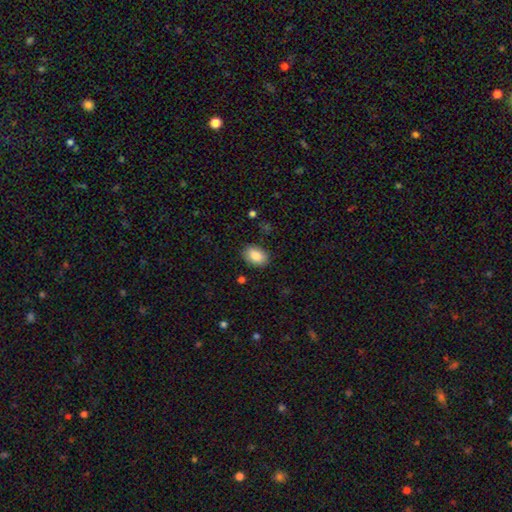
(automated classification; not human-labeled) This appears to be a smooth galaxy with no disk features (86%) that is in between round and cigar-shaped (84%). Merging: none (87%).